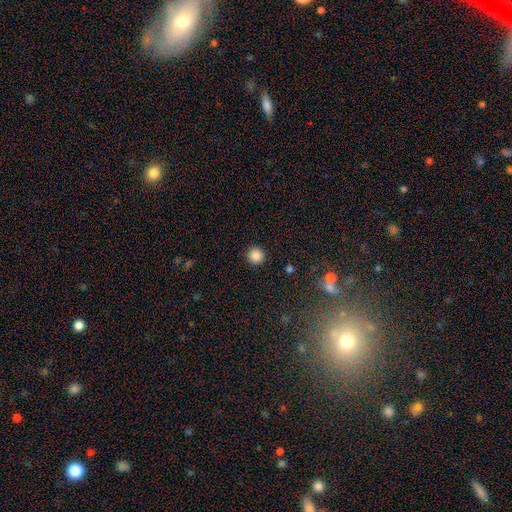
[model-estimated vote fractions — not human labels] smooth-or-featured: smooth: 86% | star or artifact: 11% | featured or disk: 3%
  how-rounded: round: 96% | in between: 3% | cigar-shaped: 1%
  merging: none: 92% | minor disturbance: 5% | major disturbance: 2% | merger: 1%